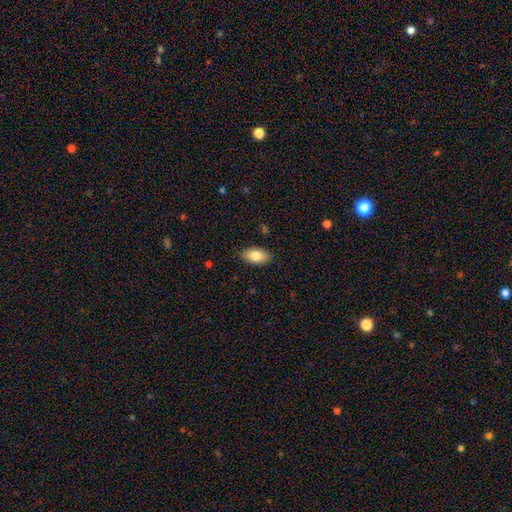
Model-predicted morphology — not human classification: smooth-or-featured: smooth: 82% | featured or disk: 11% | star or artifact: 7%
  how-rounded: in between: 93% | round: 4% | cigar-shaped: 3%
  merging: none: 86% | minor disturbance: 11% | major disturbance: 2% | merger: 1%